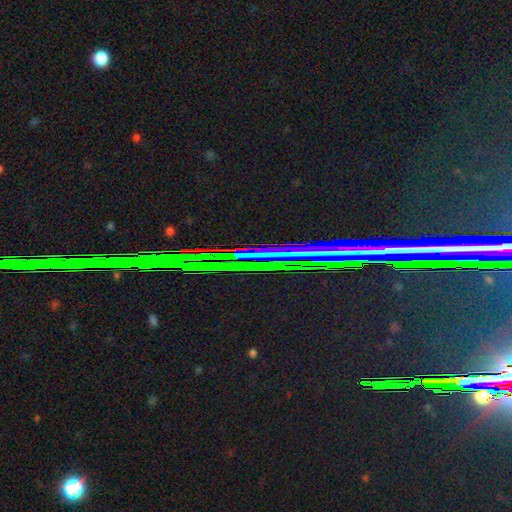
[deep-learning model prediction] Smooth or featured: star or artifact — 79% (featured or disk — 14%)